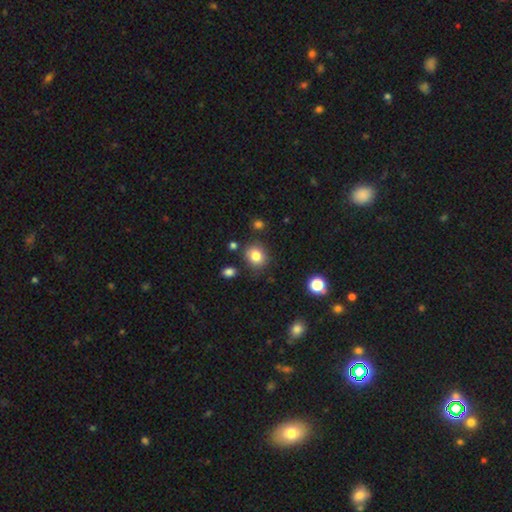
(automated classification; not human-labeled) smooth_or_featured: smooth (p=0.82) [alt: star or artifact p=0.11]
how_rounded: round (p=0.73) [alt: in between p=0.26]
merging: none (p=0.82) [alt: minor disturbance p=0.11]